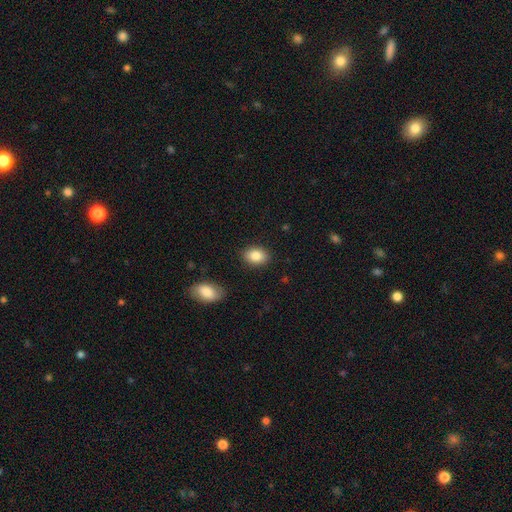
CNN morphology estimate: This is clearly a smooth galaxy (85%). How rounded: likely in between (78%). Merging: clearly none (87%).